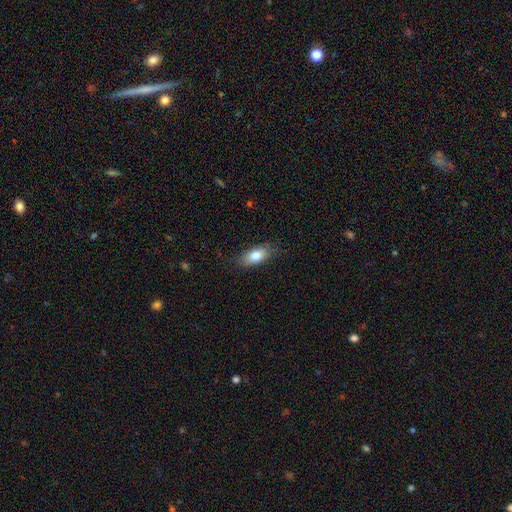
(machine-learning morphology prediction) The model was most divided on "merging": none: 80%, minor disturbance: 15%, major disturbance: 4%, merger: 1%. More confident: how rounded — in between (85%); smooth or featured — smooth (80%).